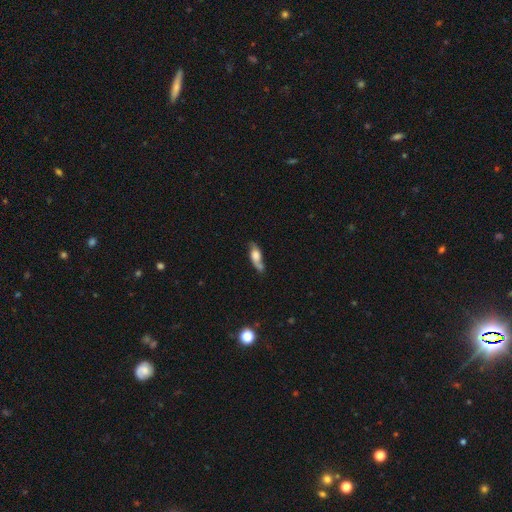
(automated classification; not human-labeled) Overall: smooth (52%; featured or disk 40%). How rounded: in between (63%; cigar-shaped 33%). Merging: none (51%; minor disturbance 28%).